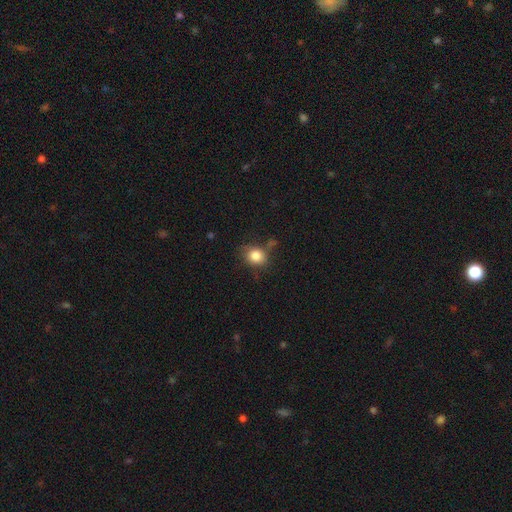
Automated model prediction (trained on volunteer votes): Smooth or featured? Predicted: smooth (p=0.82). How rounded? Predicted: round (p=0.62). Merging? Predicted: none (p=0.66).